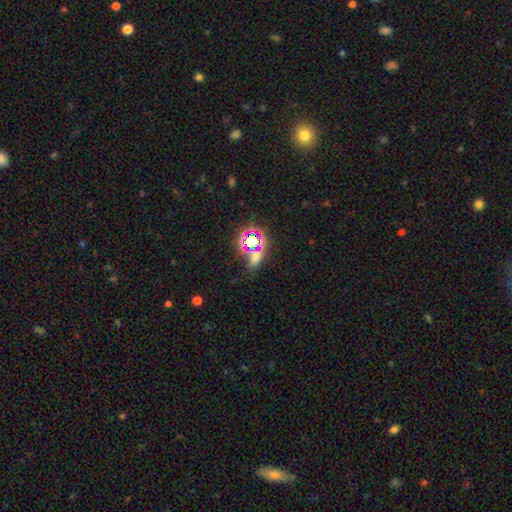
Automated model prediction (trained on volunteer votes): Smooth or featured?
  - star or artifact: 50% *
  - smooth: 39%
  - featured or disk: 12%